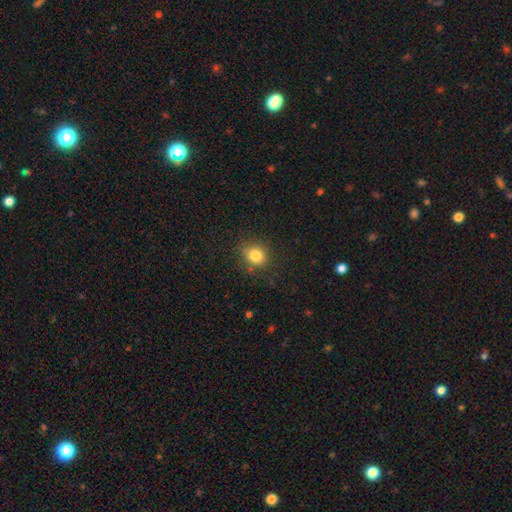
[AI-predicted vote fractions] Smooth or featured? Predicted: smooth (p=0.83). How rounded? Predicted: round (p=0.74). Merging? Predicted: none (p=0.85).